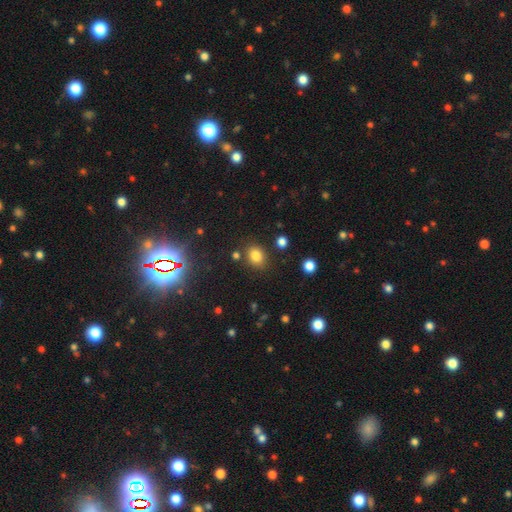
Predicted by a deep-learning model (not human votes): Morphology: type=smooth (81%); roundness=in between (53%); merging=none (80%).